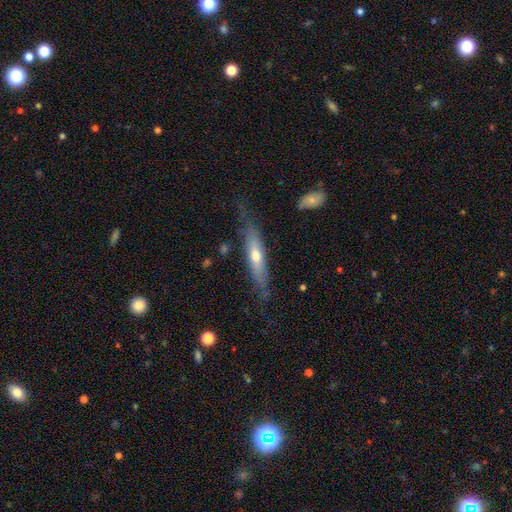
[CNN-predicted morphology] Q: Smooth or featured?
A: featured or disk (51%); runner-up: smooth (43%)
Q: Edge-on disk?
A: yes (72%); runner-up: no (28%)
Q: Merging?
A: none (67%); runner-up: minor disturbance (22%)